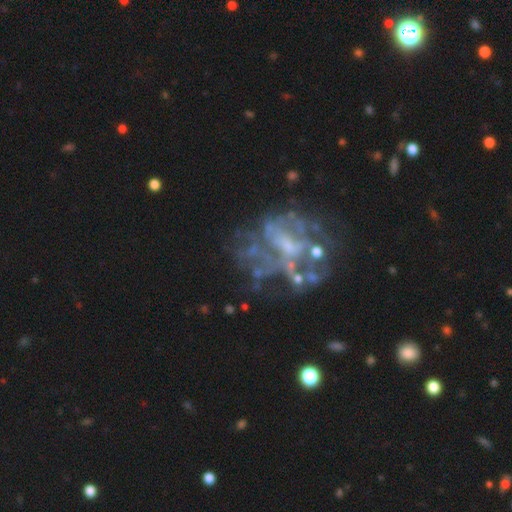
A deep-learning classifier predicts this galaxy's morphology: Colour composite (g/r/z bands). It shows a featured or disk galaxy (75%) with no bar (69%), no spiral arms (67%) and a small central bulge (39%). Merging: none (47%).